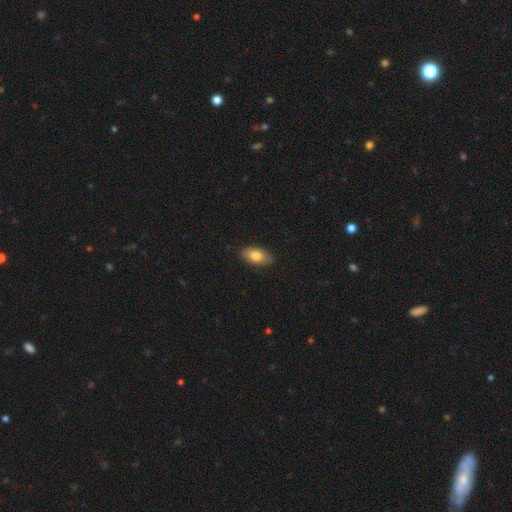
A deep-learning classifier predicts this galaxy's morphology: A smooth galaxy with no disk features (79%) that is in between round and cigar-shaped (92%).

Vote fractions:
- Smooth or featured? smooth: 79% / featured or disk: 14% / star or artifact: 7%
- How rounded? in between: 92% / round: 4% / cigar-shaped: 4%
- Merging? none: 87% / minor disturbance: 10% / major disturbance: 2% / merger: 1%